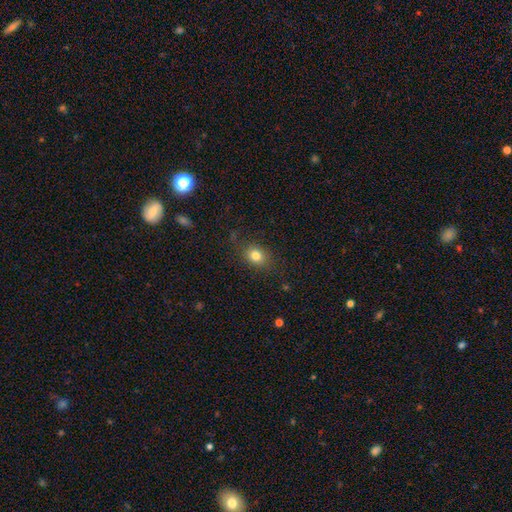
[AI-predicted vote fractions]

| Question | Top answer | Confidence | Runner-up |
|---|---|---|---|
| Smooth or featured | smooth | 80% | star or artifact (12%) |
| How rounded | round | 56% | in between (43%) |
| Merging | none | 81% | minor disturbance (13%) |